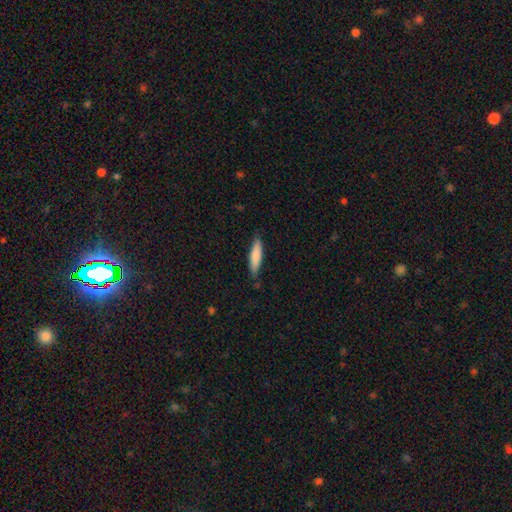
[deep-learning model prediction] smooth 81%, featured or disk 13%, star or artifact 6%. Down the decision tree: how rounded — cigar-shaped (72%); merging — none (82%).